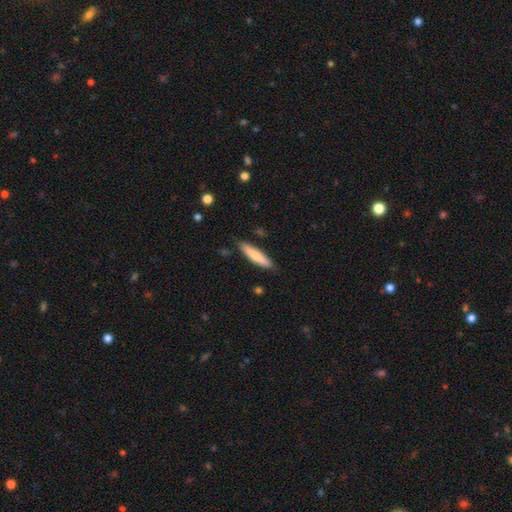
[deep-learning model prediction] Smooth or featured? smooth (75%)
How rounded? cigar-shaped (84%)
Merging? none (85%)